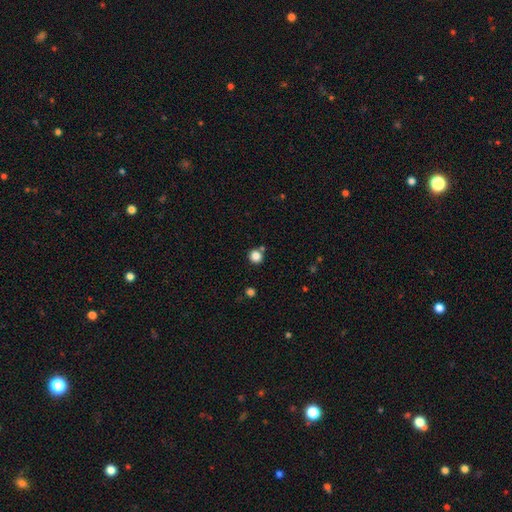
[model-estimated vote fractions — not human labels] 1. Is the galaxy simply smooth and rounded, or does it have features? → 84% smooth, 12% star or artifact, 4% featured or disk.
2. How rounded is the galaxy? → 90% round, 9% in between, 1% cigar-shaped.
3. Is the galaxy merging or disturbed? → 80% none, 9% merger, 8% minor disturbance, 3% major disturbance.